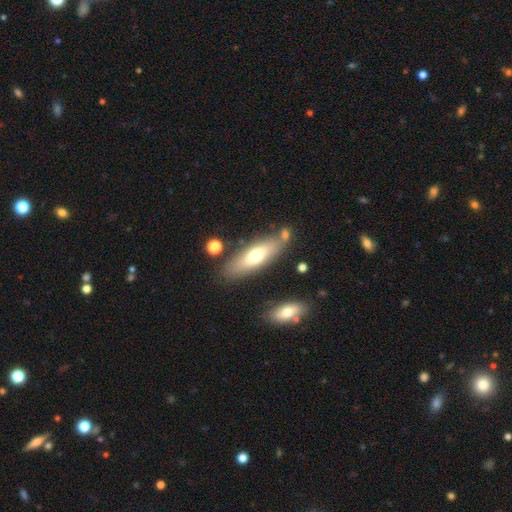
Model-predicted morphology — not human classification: Smooth or featured? Predicted: smooth (p=0.63). How rounded? Predicted: in between (p=0.53). Merging? Predicted: none (p=0.75).